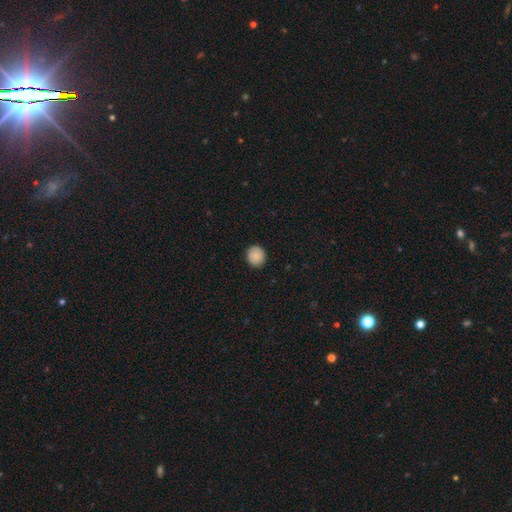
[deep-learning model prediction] smooth 88%, star or artifact 8%, featured or disk 4%. Down the decision tree: how rounded — round (87%); merging — none (90%).